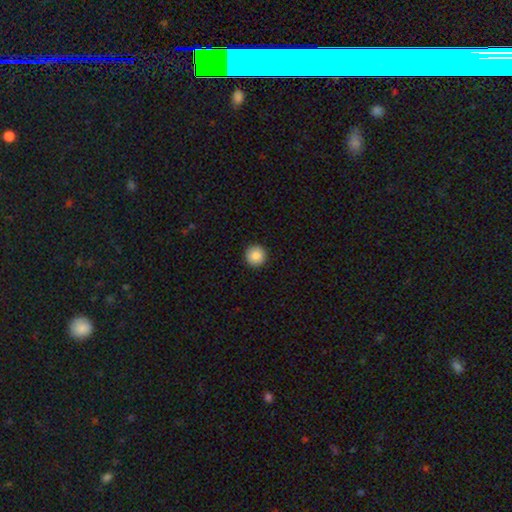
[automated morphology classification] This appears to be a smooth galaxy with no disk features (86%) that is round (96%). Merging: none (94%).